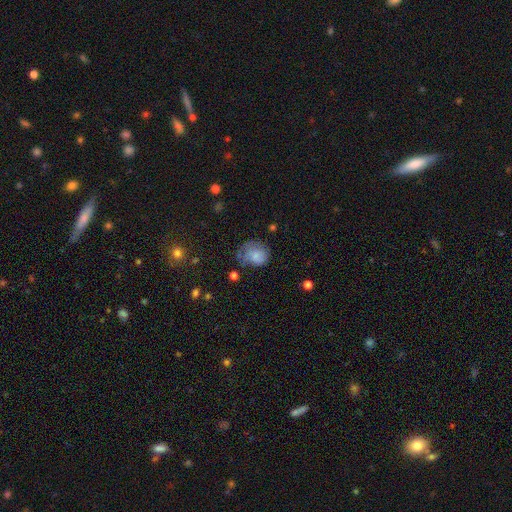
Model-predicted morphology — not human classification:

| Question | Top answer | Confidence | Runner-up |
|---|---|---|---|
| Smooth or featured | smooth | 70% | featured or disk (20%) |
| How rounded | round | 64% | in between (35%) |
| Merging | none | 42% | minor disturbance (33%) |